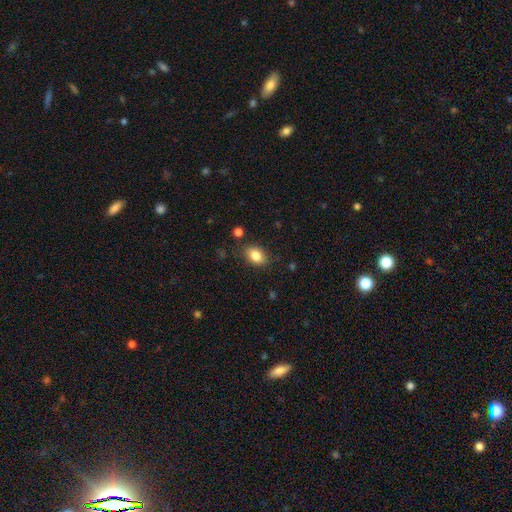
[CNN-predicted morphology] Overall: smooth (85%). How rounded: in between (78%). Merging: none (81%).